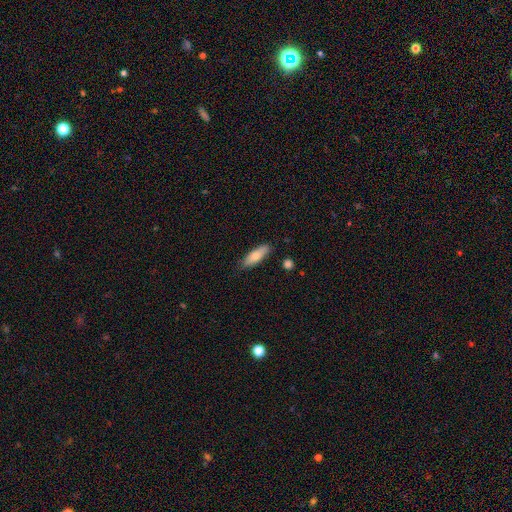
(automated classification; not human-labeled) Smooth or featured?
  - smooth: 76% *
  - featured or disk: 18%
  - star or artifact: 6%
How rounded?
  - in between: 52% *
  - cigar-shaped: 46%
  - round: 2%
Merging?
  - none: 82% *
  - minor disturbance: 14%
  - major disturbance: 2%
  - merger: 2%